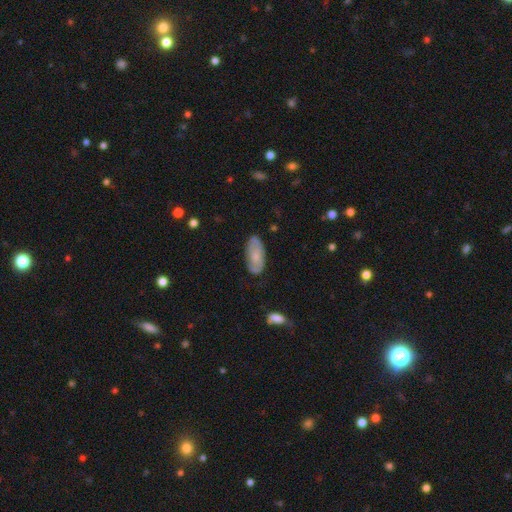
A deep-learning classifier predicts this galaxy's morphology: Smooth or featured? Predicted: smooth (p=0.50). Merging? Predicted: none (p=0.76).